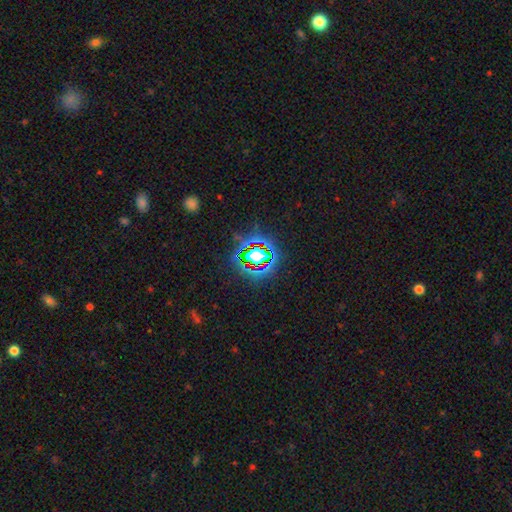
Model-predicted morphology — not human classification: A star or artifact, not a galaxy (72%).

Vote fractions:
- Smooth or featured? star or artifact: 72% / smooth: 15% / featured or disk: 12%